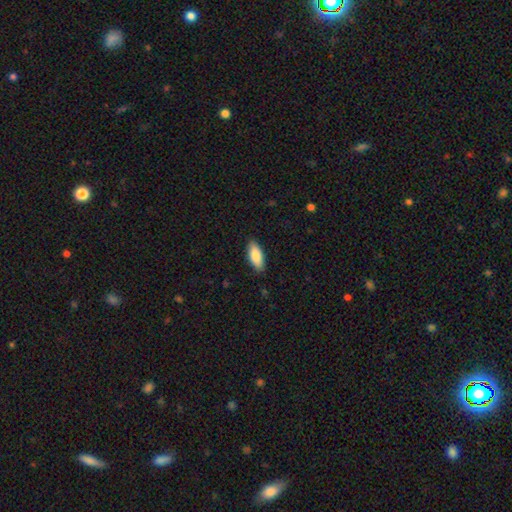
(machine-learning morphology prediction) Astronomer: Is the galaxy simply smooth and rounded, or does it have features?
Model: smooth — 87%.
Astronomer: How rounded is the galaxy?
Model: in between — 83%.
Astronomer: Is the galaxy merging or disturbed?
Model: none — 88%.